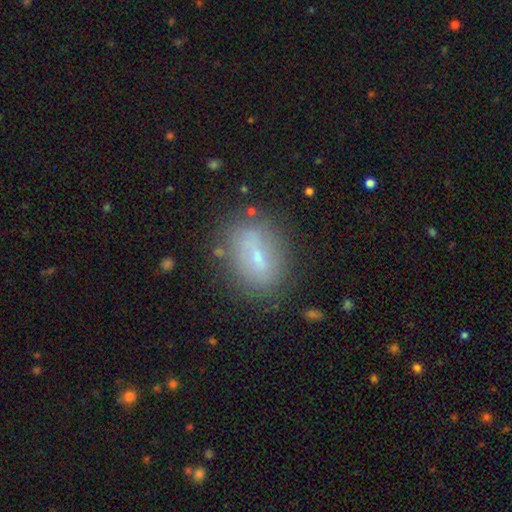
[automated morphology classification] type=smooth (50%); roundness=in between (75%); merging=none (76%).